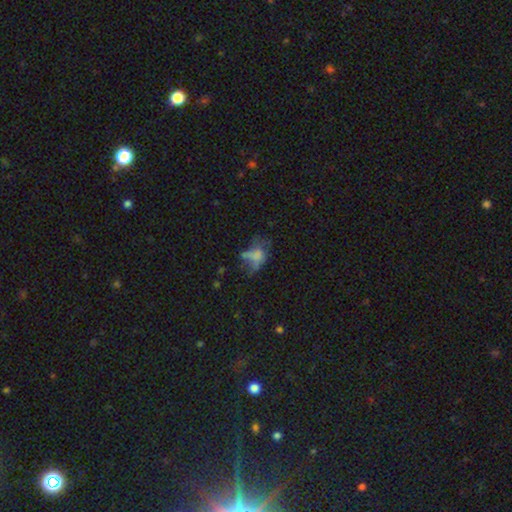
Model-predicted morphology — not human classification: A smooth galaxy with no disk features (47%). Merging: major disturbance (42%).